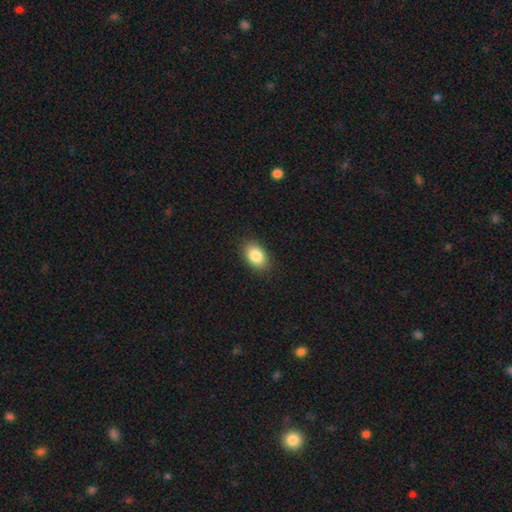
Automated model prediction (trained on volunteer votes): smooth 86%, star or artifact 8%, featured or disk 6%. Down the decision tree: how rounded — in between (87%); merging — none (87%).